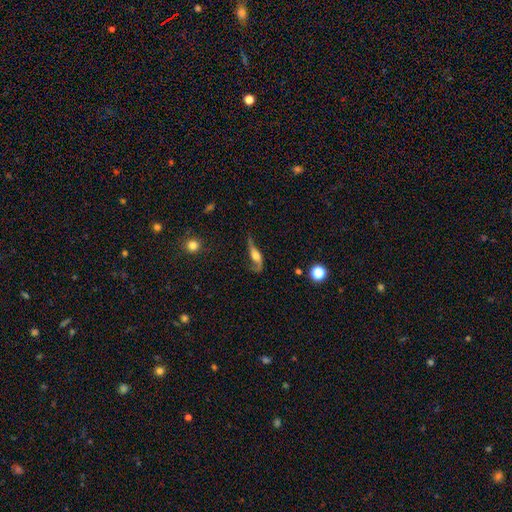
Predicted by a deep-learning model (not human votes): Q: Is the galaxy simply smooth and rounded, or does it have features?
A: featured or disk — 76%.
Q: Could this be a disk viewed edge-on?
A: no — 69%.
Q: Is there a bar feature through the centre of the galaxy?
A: no — 53%.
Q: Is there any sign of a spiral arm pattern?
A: yes — 91%.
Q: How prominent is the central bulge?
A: moderate — 50%.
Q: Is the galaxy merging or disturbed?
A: none — 55%.